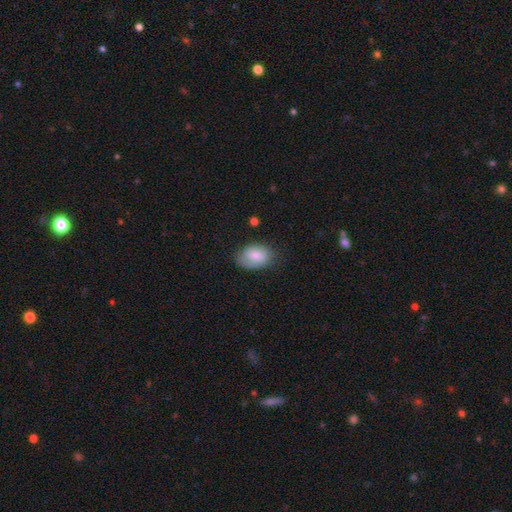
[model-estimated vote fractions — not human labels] Overall: smooth (69%). How rounded: in between (85%). Merging: none (64%; minor disturbance 26%).